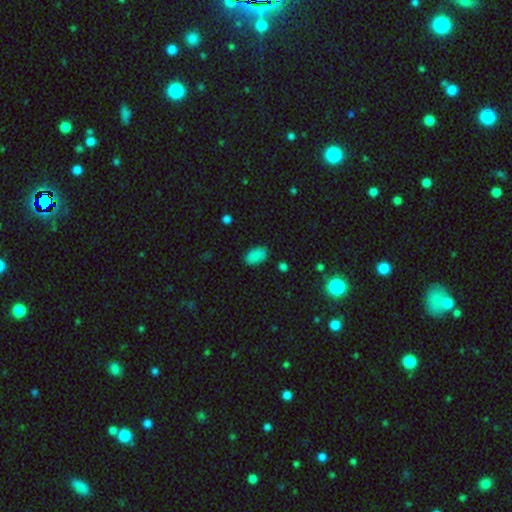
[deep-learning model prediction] Morphology: type=smooth (86%); roundness=in between (92%); merging=none (84%).